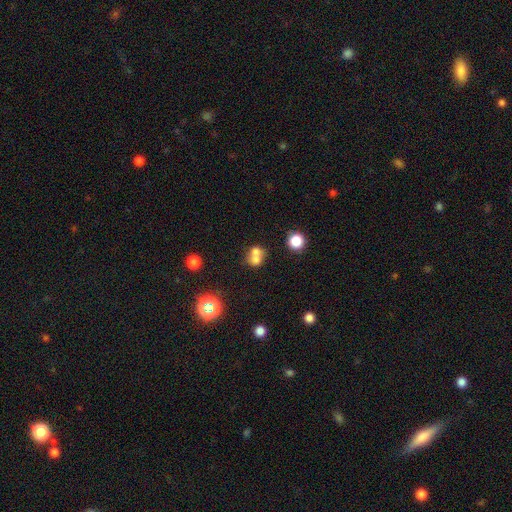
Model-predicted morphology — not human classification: The model was most divided on "merging": merger: 61%, none: 30%, minor disturbance: 6%, major disturbance: 3%. More confident: how rounded — round (73%); smooth or featured — smooth (66%).